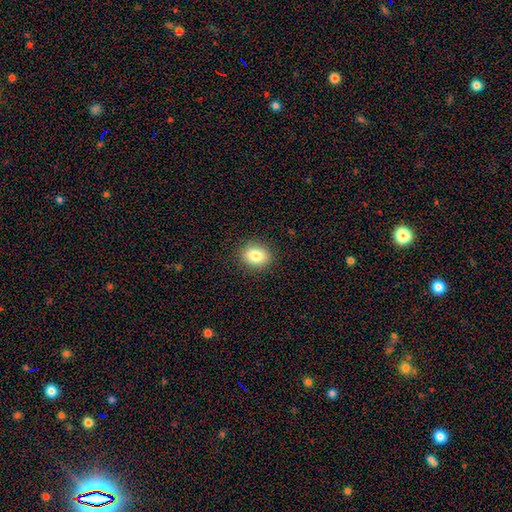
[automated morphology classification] A smooth galaxy with no disk features (83%) that is round (52%).

Vote fractions:
- Smooth or featured? smooth: 83% / star or artifact: 9% / featured or disk: 7%
- How rounded? round: 52% / in between: 47% / cigar-shaped: 1%
- Merging? none: 89% / minor disturbance: 8% / major disturbance: 2% / merger: 1%